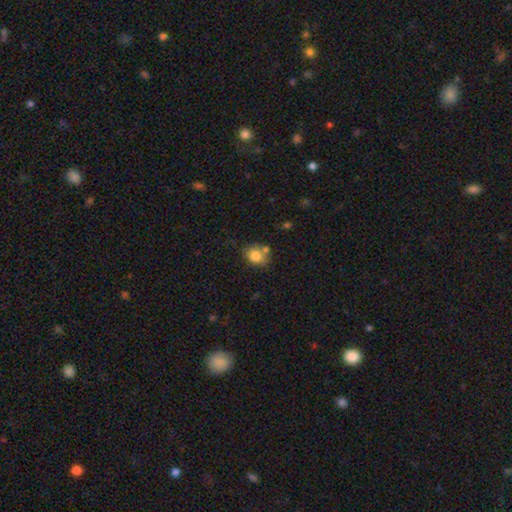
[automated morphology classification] smooth-or-featured: smooth: 80% | featured or disk: 10% | star or artifact: 10%
  how-rounded: round: 54% | in between: 45% | cigar-shaped: 1%
  merging: none: 57% | merger: 21% | minor disturbance: 17% | major disturbance: 5%